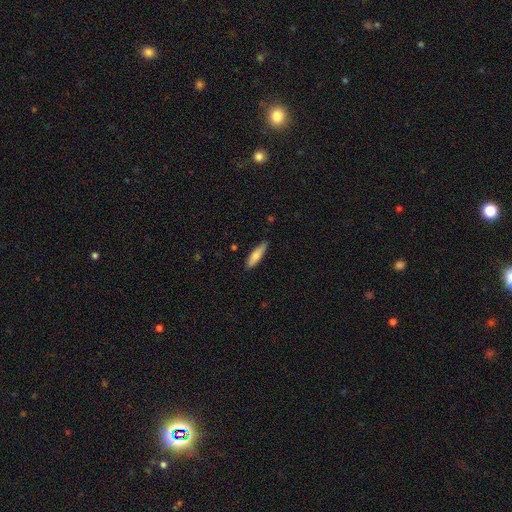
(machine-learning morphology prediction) A smooth galaxy with no disk features (77%) that is cigar-shaped (60%).

Vote fractions:
- Smooth or featured? smooth: 77% / featured or disk: 18% / star or artifact: 6%
- How rounded? cigar-shaped: 60% / in between: 38% / round: 2%
- Merging? none: 83% / minor disturbance: 14% / major disturbance: 2% / merger: 1%